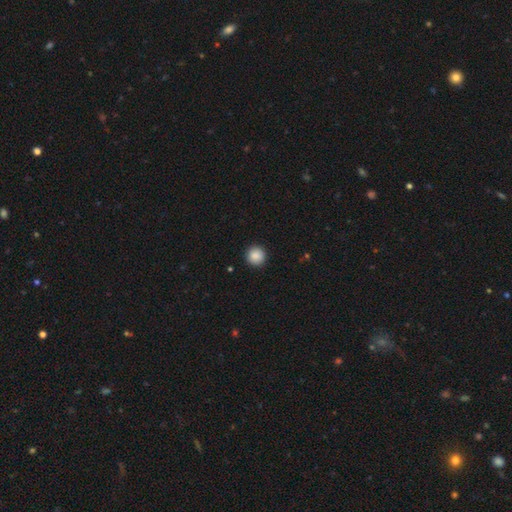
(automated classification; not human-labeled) Smooth or featured? smooth (88%)
How rounded? round (95%)
Merging? none (92%)